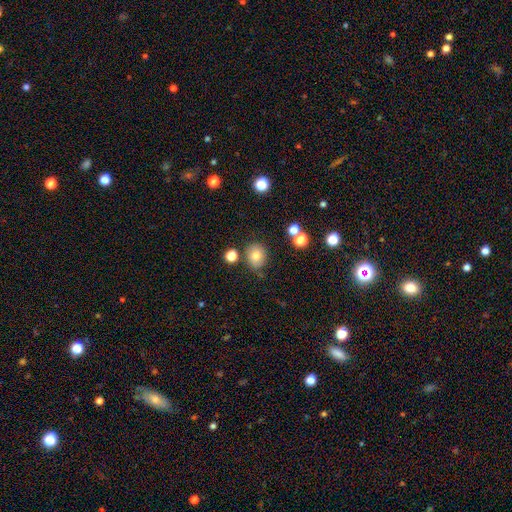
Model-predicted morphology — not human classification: smooth 77%, star or artifact 12%, featured or disk 10%. Down the decision tree: how rounded — round (69%); merging — none (75%).